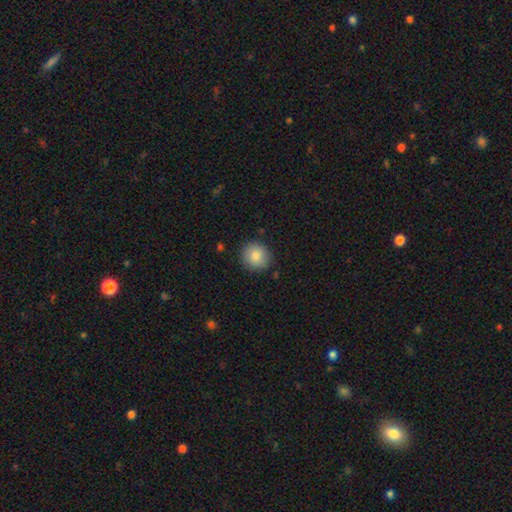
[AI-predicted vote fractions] Smooth or featured: smooth — 84% (star or artifact — 8%)
How rounded: round — 89% (in between — 10%)
Merging: none — 87% (minor disturbance — 10%)